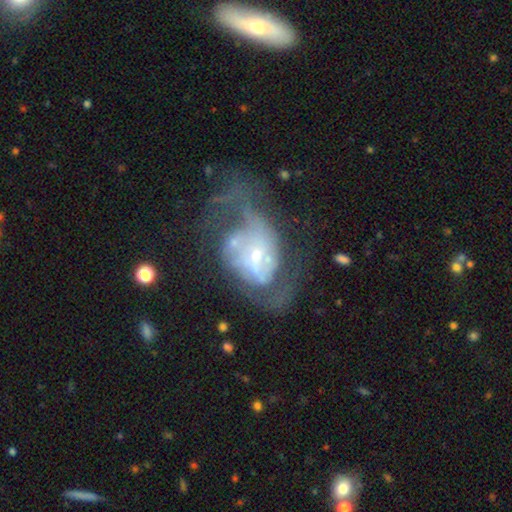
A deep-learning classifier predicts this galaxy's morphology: A featured or disk galaxy (74%) with no bar (69%), spiral arms (65%) and a small central bulge (68%).

Vote fractions:
- Smooth or featured? featured or disk: 74% / smooth: 17% / star or artifact: 9%
- Edge-on disk? no: 96% / yes: 4%
- Bar? no: 69% / weak: 24% / strong: 7%
- Spiral arms? yes: 65% / no: 35%
- Bulge size? small: 68% / moderate: 25% / large: 3% / none: 3% / dominant: 1%
- Merging? major disturbance: 46% / none: 26% / minor disturbance: 16% / merger: 12%